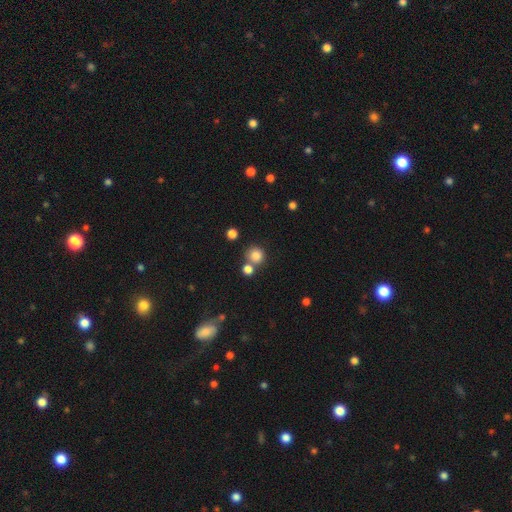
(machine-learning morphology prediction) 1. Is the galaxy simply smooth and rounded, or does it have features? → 82% smooth, 13% star or artifact, 6% featured or disk.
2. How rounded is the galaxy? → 91% round, 8% in between, 1% cigar-shaped.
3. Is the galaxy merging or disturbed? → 67% none, 21% merger, 8% minor disturbance, 3% major disturbance.